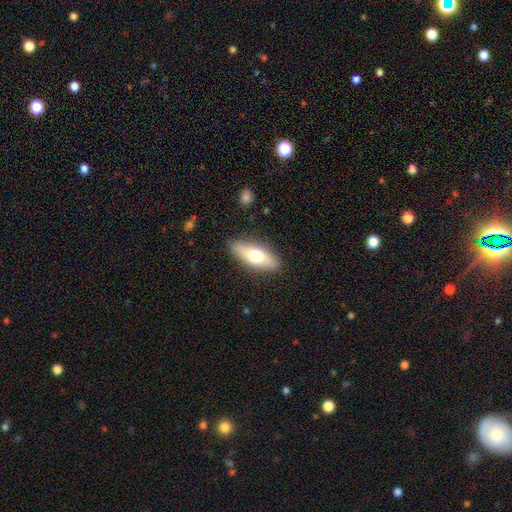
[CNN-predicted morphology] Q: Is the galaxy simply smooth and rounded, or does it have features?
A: smooth — 63%.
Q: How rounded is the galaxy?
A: in between — 66%.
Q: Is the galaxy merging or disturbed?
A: none — 87%.